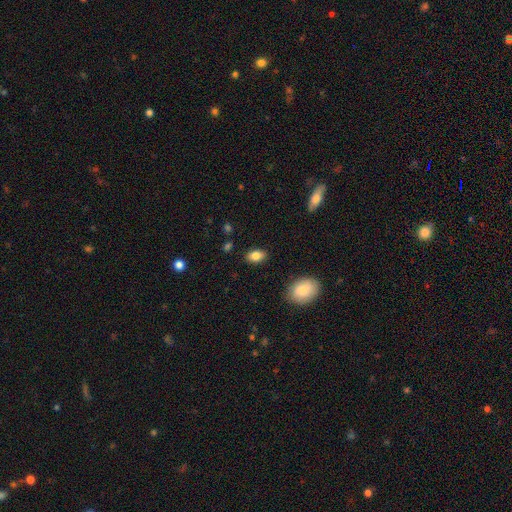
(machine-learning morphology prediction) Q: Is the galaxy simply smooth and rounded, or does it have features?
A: smooth — 83%.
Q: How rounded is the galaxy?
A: in between — 88%.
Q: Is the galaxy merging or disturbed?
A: none — 86%.